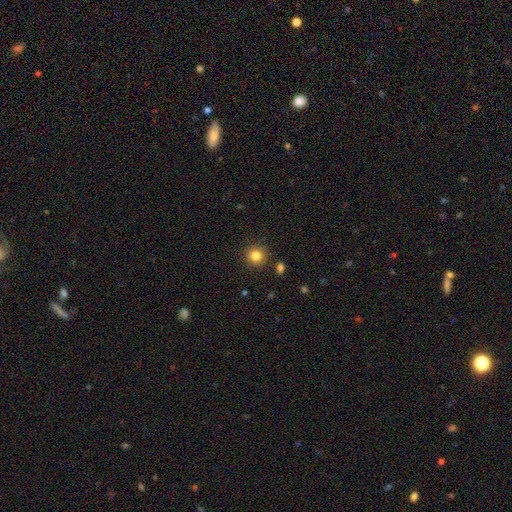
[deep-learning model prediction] A smooth galaxy with no disk features (83%) that is round (91%).

Vote fractions:
- Smooth or featured? smooth: 83% / star or artifact: 11% / featured or disk: 6%
- How rounded? round: 91% / in between: 8% / cigar-shaped: 1%
- Merging? none: 89% / minor disturbance: 7% / merger: 2% / major disturbance: 2%